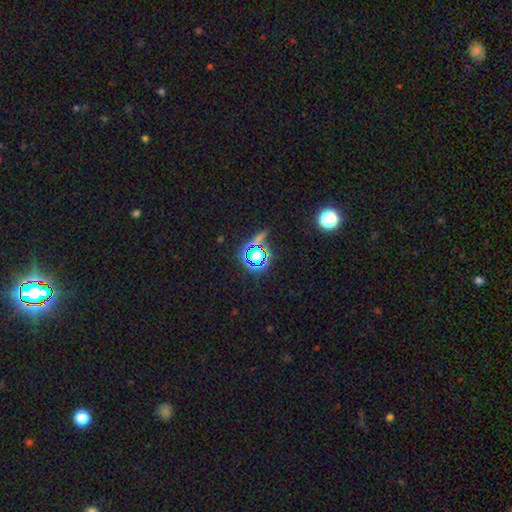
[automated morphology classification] A star or artifact, not a galaxy (63%).

Vote fractions:
- Smooth or featured? star or artifact: 63% / smooth: 26% / featured or disk: 11%